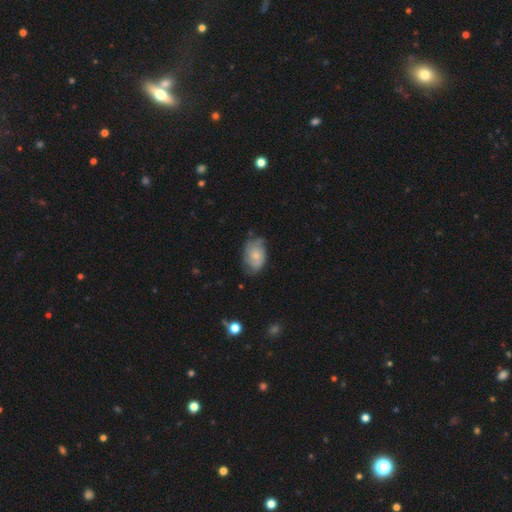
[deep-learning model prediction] Morphology: type=smooth (59%); roundness=in between (84%); merging=none (56%).